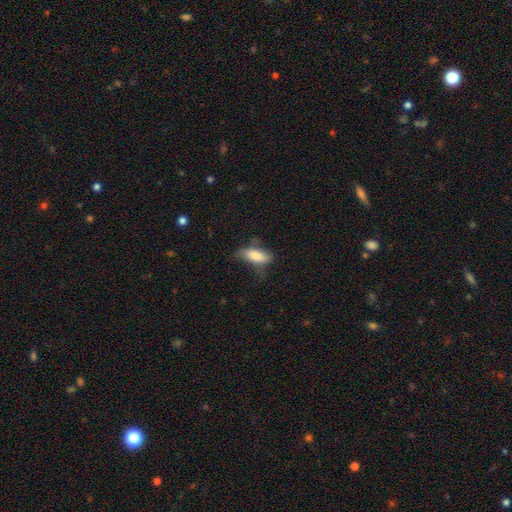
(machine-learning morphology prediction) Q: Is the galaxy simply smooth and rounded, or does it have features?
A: smooth — 79%.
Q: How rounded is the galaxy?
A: in between — 78%.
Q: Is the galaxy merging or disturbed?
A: none — 48%.